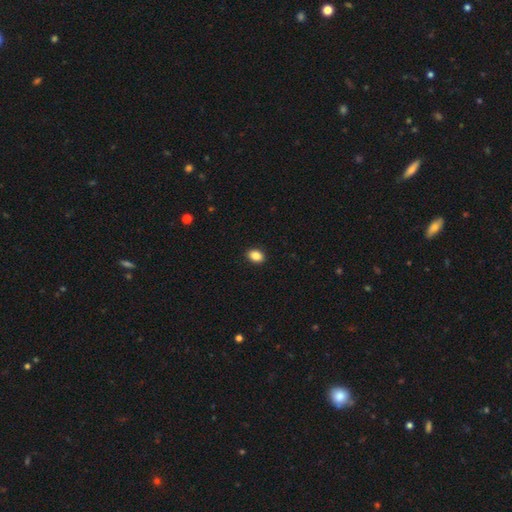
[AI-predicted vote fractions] This appears to be a smooth galaxy with no disk features (88%) that is in between round and cigar-shaped (74%). Merging: none (91%).